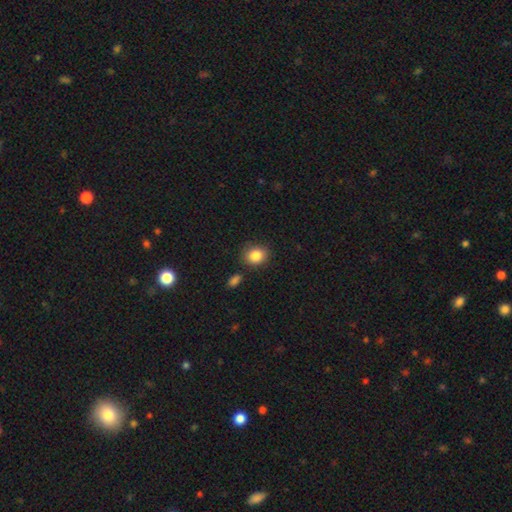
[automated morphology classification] Overall: smooth (86%). How rounded: round (61%; in between 38%). Merging: none (83%).